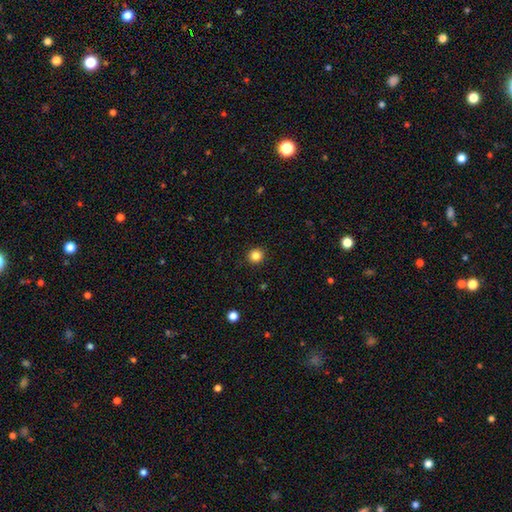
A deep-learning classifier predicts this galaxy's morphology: A smooth galaxy with no disk features (84%) that is round (93%).

Vote fractions:
- Smooth or featured? smooth: 84% / star or artifact: 12% / featured or disk: 4%
- How rounded? round: 93% / in between: 6% / cigar-shaped: 1%
- Merging? none: 92% / minor disturbance: 5% / major disturbance: 2% / merger: 1%